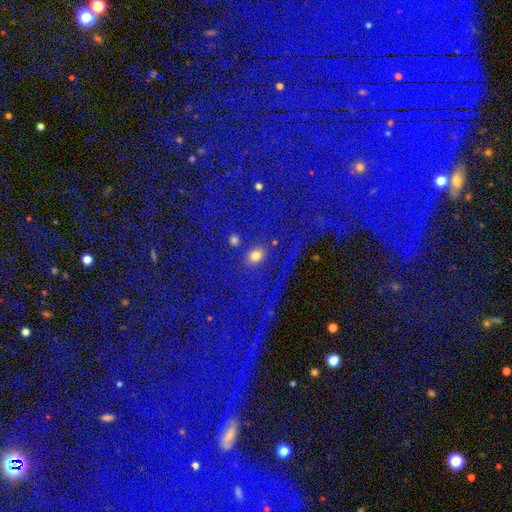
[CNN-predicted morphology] smooth 61%, star or artifact 28%, featured or disk 11%. Down the decision tree: how rounded — round (49%, tied with in between); merging — none (70%).